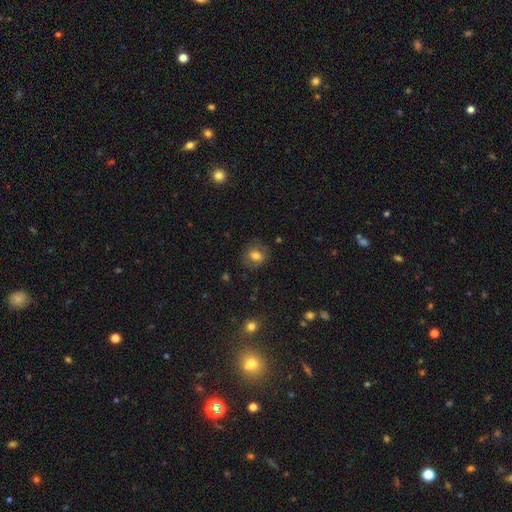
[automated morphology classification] smooth_or_featured: smooth (p=0.72) [alt: featured or disk p=0.17]
how_rounded: round (p=0.67) [alt: in between p=0.32]
merging: none (p=0.78) [alt: minor disturbance p=0.15]